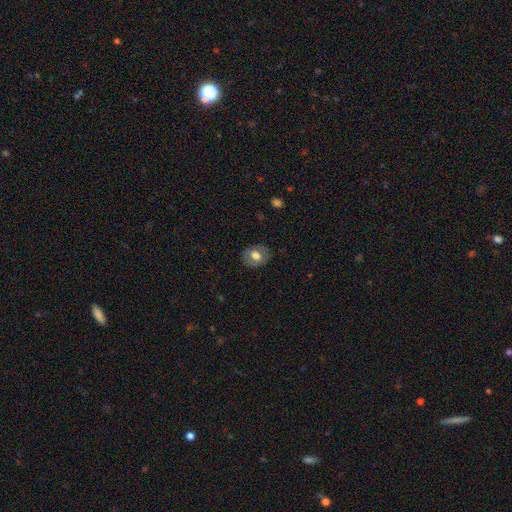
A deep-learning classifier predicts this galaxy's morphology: smooth-or-featured: smooth: 62% | featured or disk: 30% | star or artifact: 8%
  how-rounded: in between: 54% | round: 45% | cigar-shaped: 1%
  merging: none: 81% | minor disturbance: 14% | major disturbance: 4% | merger: 1%